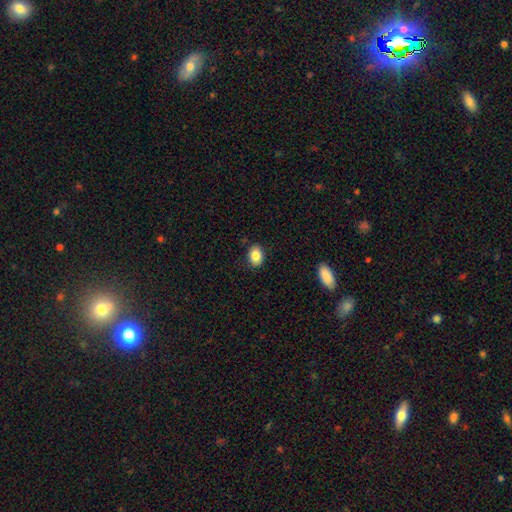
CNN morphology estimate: Smooth or featured? smooth (85%)
How rounded? in between (75%)
Merging? none (87%)